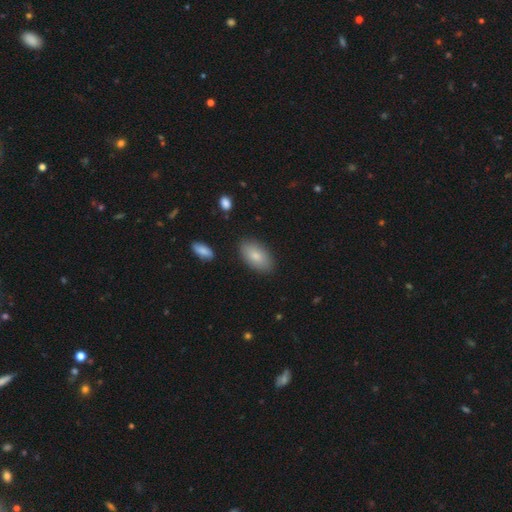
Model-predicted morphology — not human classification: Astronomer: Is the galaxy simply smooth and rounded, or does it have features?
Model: smooth — 84%.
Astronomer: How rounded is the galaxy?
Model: in between — 94%.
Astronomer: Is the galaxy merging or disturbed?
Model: none — 85%.